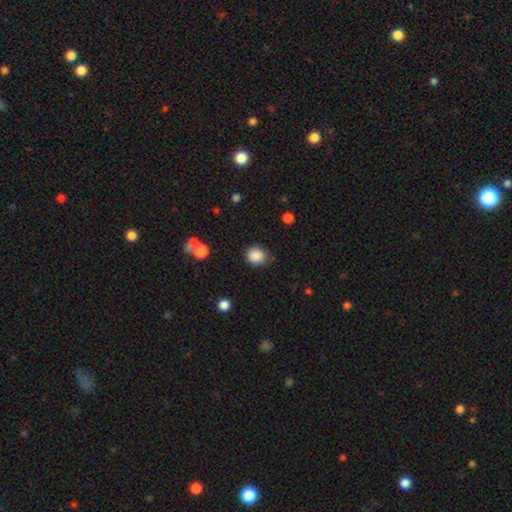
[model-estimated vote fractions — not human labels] The model was most divided on "how rounded": round: 75%, in between: 24%, cigar-shaped: 1%. More confident: smooth or featured — smooth (87%); merging — none (79%).